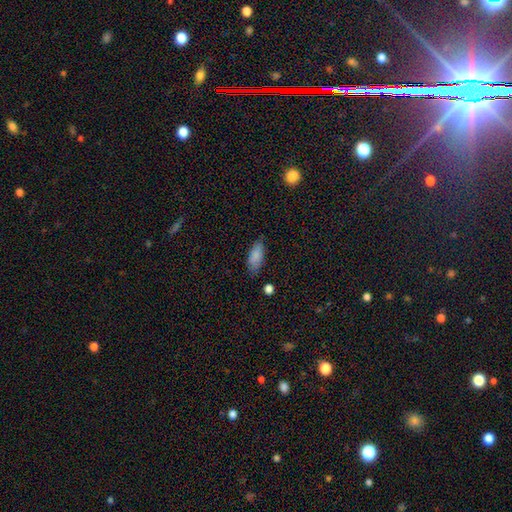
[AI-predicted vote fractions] A smooth galaxy with no disk features (85%) that is in between round and cigar-shaped (84%). Merging: none (76%).